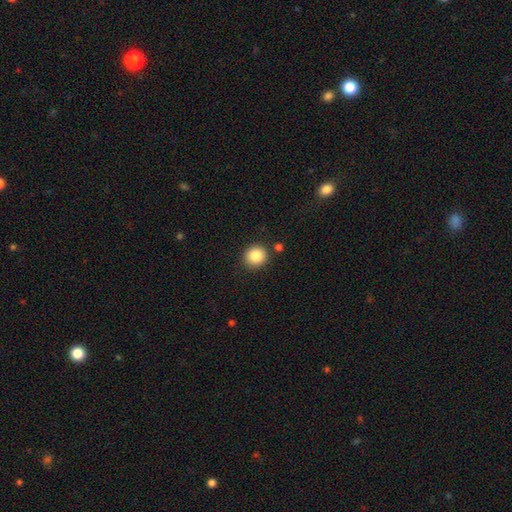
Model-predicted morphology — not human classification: This is clearly a smooth galaxy (86%). How rounded: clearly round (89%). Merging: clearly none (87%).